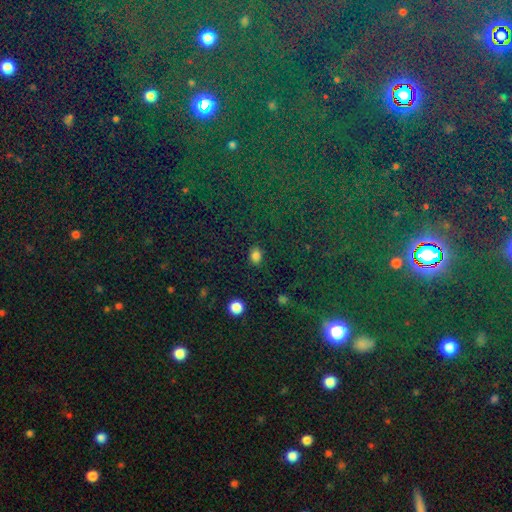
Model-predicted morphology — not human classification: Smooth or featured?
  - smooth: 81% *
  - star or artifact: 14%
  - featured or disk: 5%
How rounded?
  - in between: 61% *
  - round: 38%
  - cigar-shaped: 1%
Merging?
  - none: 85% *
  - minor disturbance: 10%
  - major disturbance: 3%
  - merger: 2%